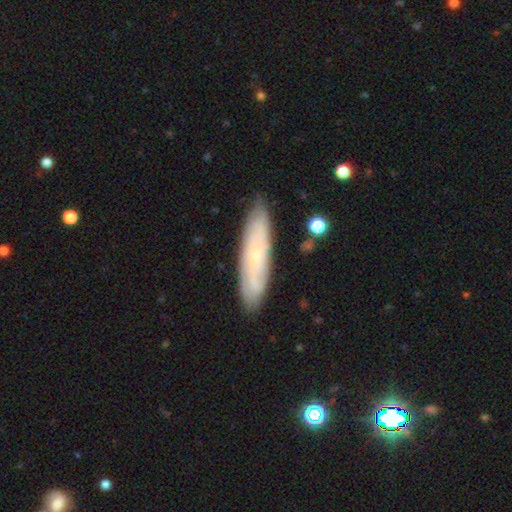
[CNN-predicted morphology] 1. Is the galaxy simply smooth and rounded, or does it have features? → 55% featured or disk, 38% smooth, 7% star or artifact.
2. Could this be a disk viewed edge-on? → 64% no, 36% yes.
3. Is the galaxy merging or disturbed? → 83% none, 13% minor disturbance, 2% major disturbance, 2% merger.